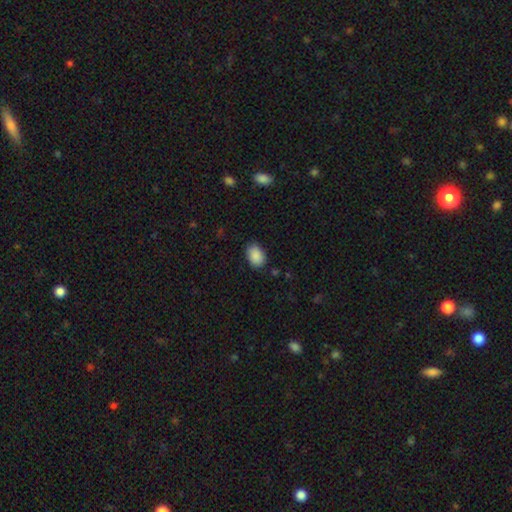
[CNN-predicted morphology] Smooth or featured? Predicted: smooth (p=0.89). How rounded? Predicted: in between (p=0.79). Merging? Predicted: none (p=0.82).